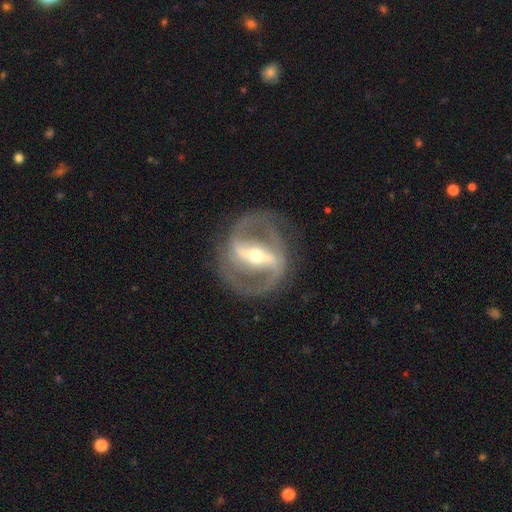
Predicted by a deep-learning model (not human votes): A featured or disk galaxy (90%) with a strong bar (76%), 2 (90%) medium (53%) spiral arms (92%) and a moderate central bulge (57%).

Vote fractions:
- Smooth or featured? featured or disk: 90% / star or artifact: 5% / smooth: 5%
- Edge-on disk? no: 94% / yes: 6%
- Bar? strong: 76% / weak: 18% / no: 7%
- Spiral arms? yes: 92% / no: 8%
- Spiral winding? medium: 53% / tight: 29% / loose: 18%
- Spiral arm count? 2: 90% / can't tell: 4% / 3: 2% / 1: 2% / 4: 1% / more than 4: 1%
- Bulge size? moderate: 57% / small: 38% / large: 4% / dominant: 1% / none: 1%
- Merging? none: 80% / minor disturbance: 11% / major disturbance: 7% / merger: 1%